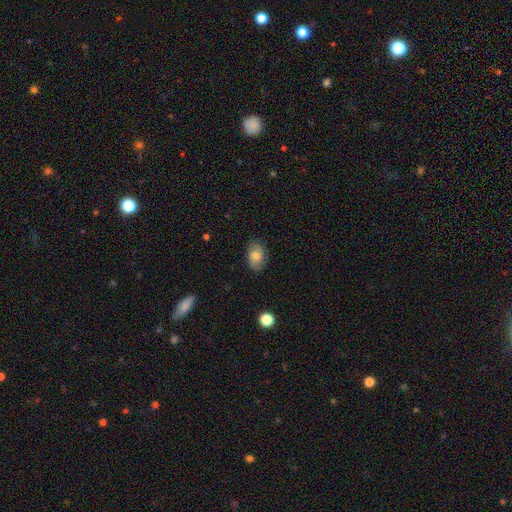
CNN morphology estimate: smooth_or_featured: smooth (p=0.69) [alt: featured or disk p=0.23]
how_rounded: in between (p=0.86) [alt: round p=0.13]
merging: none (p=0.81) [alt: minor disturbance p=0.15]